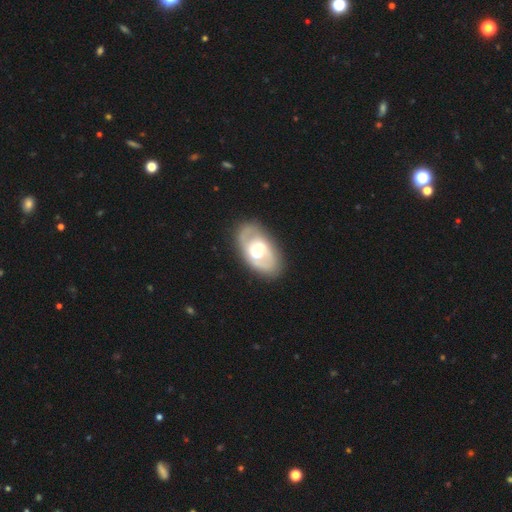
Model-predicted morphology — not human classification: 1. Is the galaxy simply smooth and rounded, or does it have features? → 66% featured or disk, 29% smooth, 5% star or artifact.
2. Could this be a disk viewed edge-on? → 93% no, 7% yes.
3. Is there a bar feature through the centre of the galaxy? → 61% no, 28% weak, 11% strong.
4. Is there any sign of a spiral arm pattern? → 54% yes, 46% no.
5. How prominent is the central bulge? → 65% moderate, 16% large, 16% small, 1% dominant, 1% none.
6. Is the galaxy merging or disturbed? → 81% none, 13% minor disturbance, 5% major disturbance, 1% merger.